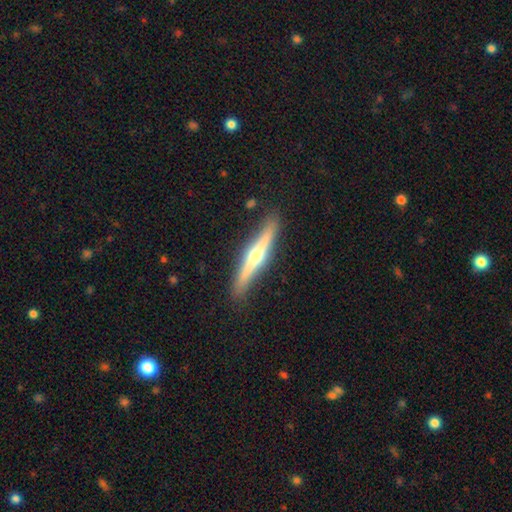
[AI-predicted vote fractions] Morphology: type=featured or disk (70%); edge-on=yes (96%); edge-on bulge=rounded (90%); merging=none (87%).